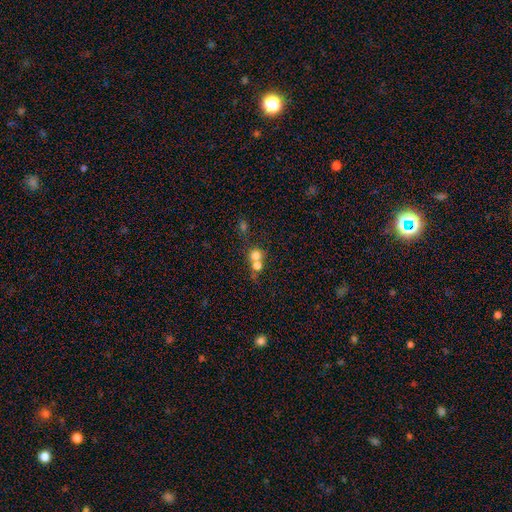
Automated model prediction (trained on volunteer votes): Smooth or featured? Predicted: smooth (p=0.73). How rounded? Predicted: round (p=0.85). Merging? Predicted: merger (p=0.57).